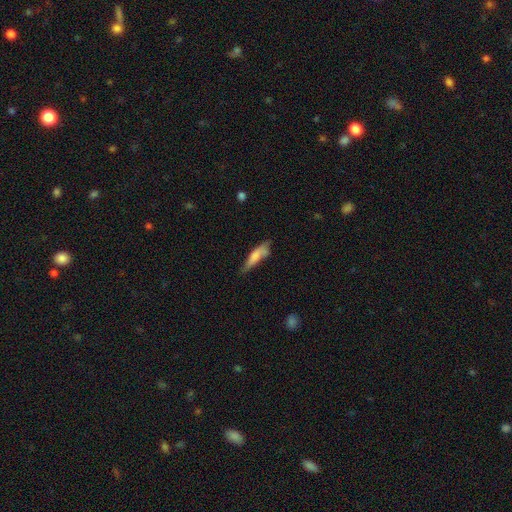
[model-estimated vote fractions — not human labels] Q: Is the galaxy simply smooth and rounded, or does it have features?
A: smooth — 71%.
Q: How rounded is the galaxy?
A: cigar-shaped — 66%.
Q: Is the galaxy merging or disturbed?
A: none — 47%.